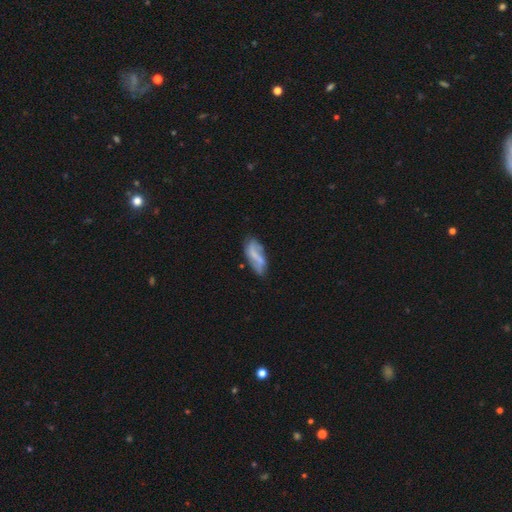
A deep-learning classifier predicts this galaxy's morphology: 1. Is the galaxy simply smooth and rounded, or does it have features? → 48% featured or disk, 45% smooth, 8% star or artifact.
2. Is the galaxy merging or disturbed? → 54% none, 28% minor disturbance, 12% major disturbance, 7% merger.